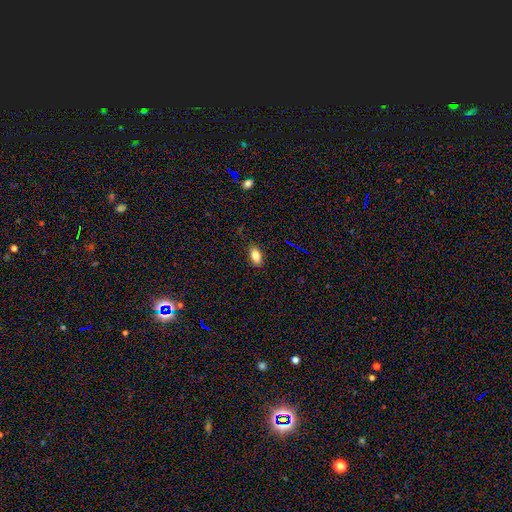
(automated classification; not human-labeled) Morphology: type=smooth (82%); roundness=in between (88%); merging=none (86%).